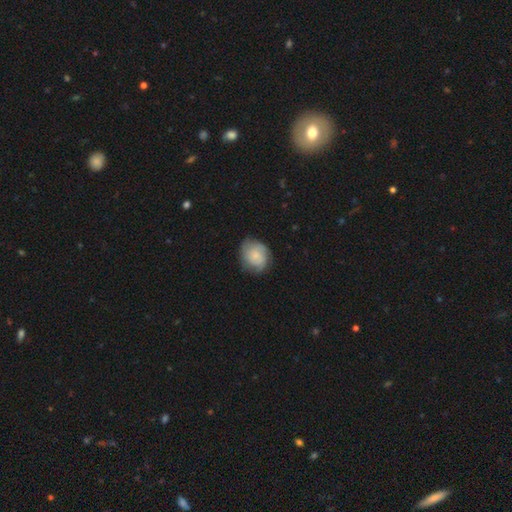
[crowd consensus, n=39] smooth-or-featured: smooth: 49% (tied) | featured or disk: 49% (tied) | star or artifact: 3%
  how-rounded: round: 68% | in between: 32% | cigar-shaped: 0%
  merging: none: 63% | minor disturbance: 26% | major disturbance: 8% | merger: 3%